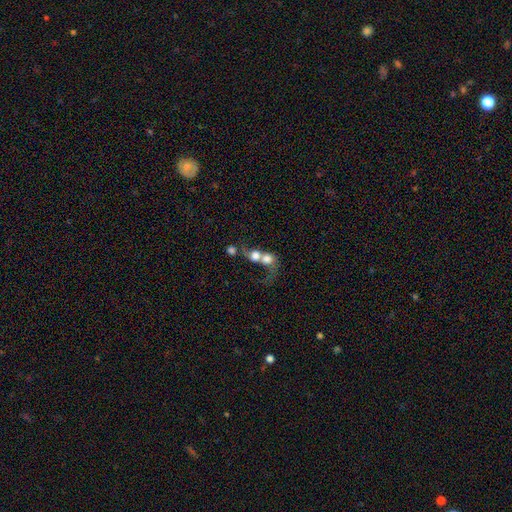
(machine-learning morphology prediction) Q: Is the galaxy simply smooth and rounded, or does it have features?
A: smooth — 54%.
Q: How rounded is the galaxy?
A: round — 66%.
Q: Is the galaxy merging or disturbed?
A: merger — 76%.